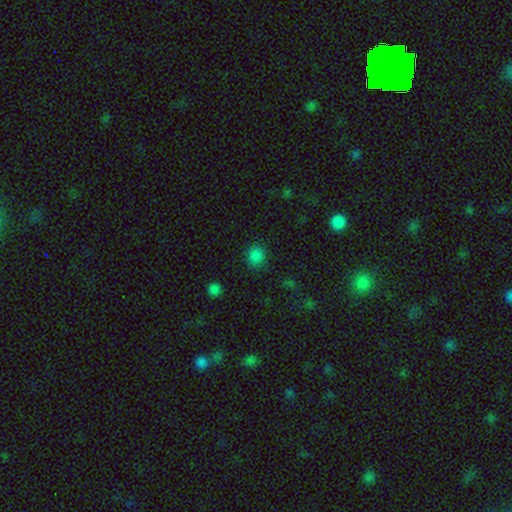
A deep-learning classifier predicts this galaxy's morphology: Smooth or featured: smooth — 82% (star or artifact — 15%)
How rounded: round — 81% (in between — 18%)
Merging: none — 86% (minor disturbance — 10%)